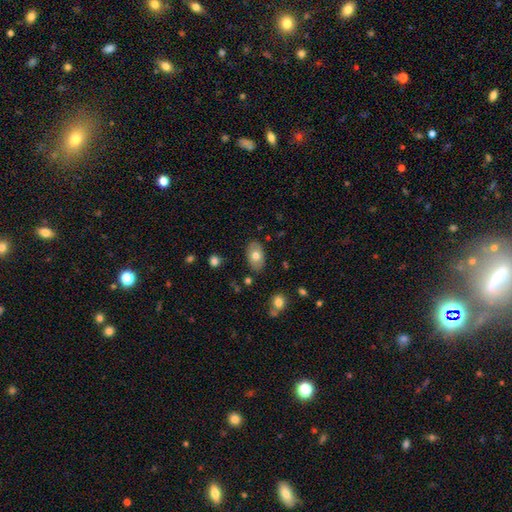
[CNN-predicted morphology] smooth 69%, featured or disk 24%, star or artifact 7%. Down the decision tree: how rounded — in between (90%); merging — none (83%).